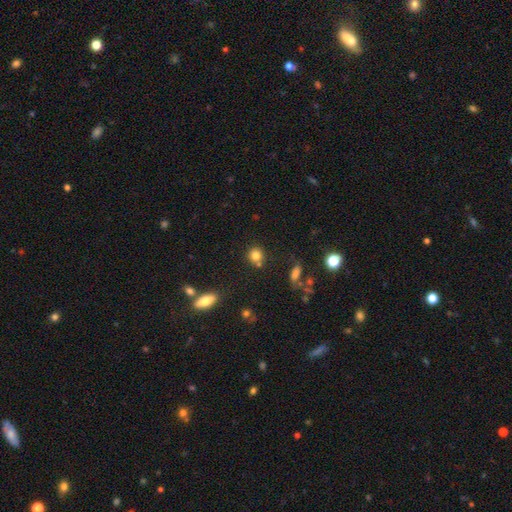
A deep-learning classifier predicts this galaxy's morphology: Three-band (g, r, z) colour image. It shows a smooth galaxy with no disk features (79%) that is round (86%). Merging: none (69%).